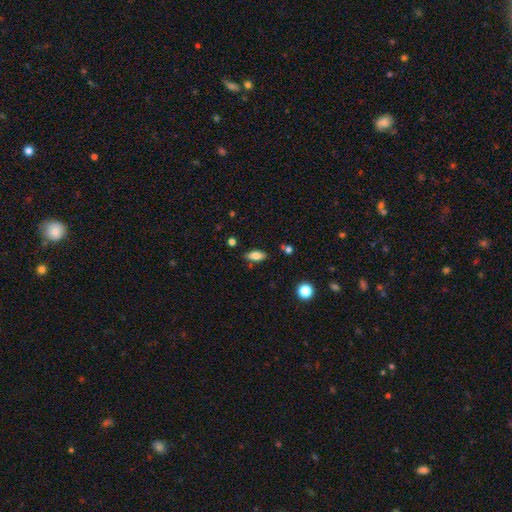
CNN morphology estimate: Smooth or featured: smooth — 78% (featured or disk — 14%)
How rounded: in between — 84% (cigar-shaped — 13%)
Merging: none — 82% (minor disturbance — 12%)